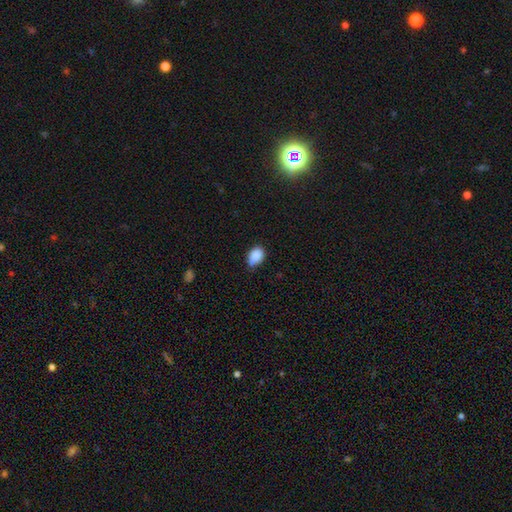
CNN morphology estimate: Smooth or featured? smooth (87%)
How rounded? in between (74%)
Merging? none (56%)